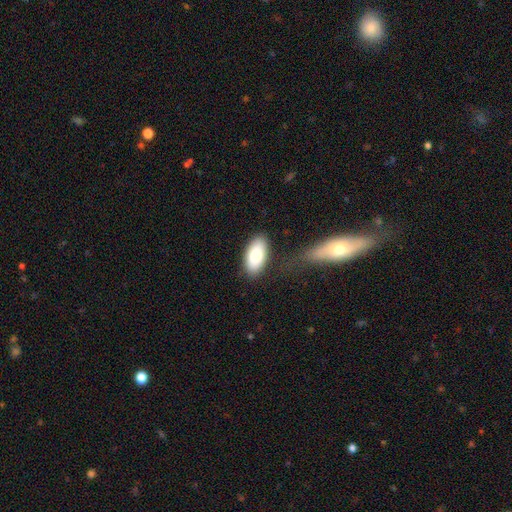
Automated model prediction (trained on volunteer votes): A smooth galaxy with no disk features (78%) that is in between round and cigar-shaped (93%). Merging: none (81%).